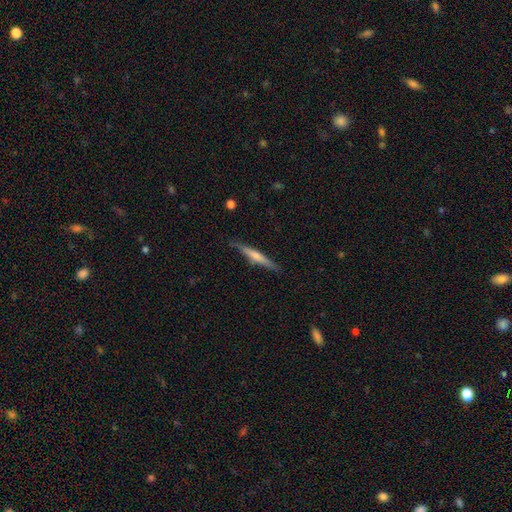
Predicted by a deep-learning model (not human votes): smooth-or-featured: featured or disk: 65% | smooth: 28% | star or artifact: 6%
  disk-edge-on: yes: 97% | no: 3%
    edge-on-bulge: rounded: 63% | none: 23% | boxy: 14%
  merging: none: 88% | minor disturbance: 9% | major disturbance: 2% | merger: 1%